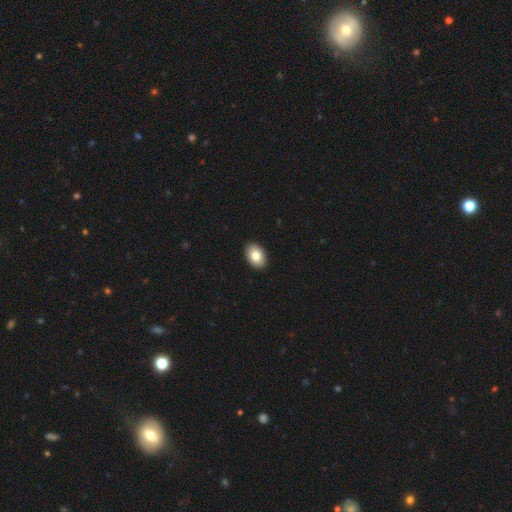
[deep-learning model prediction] Smooth or featured: smooth — 83% (featured or disk — 10%)
How rounded: in between — 85% (round — 14%)
Merging: none — 92% (minor disturbance — 6%)